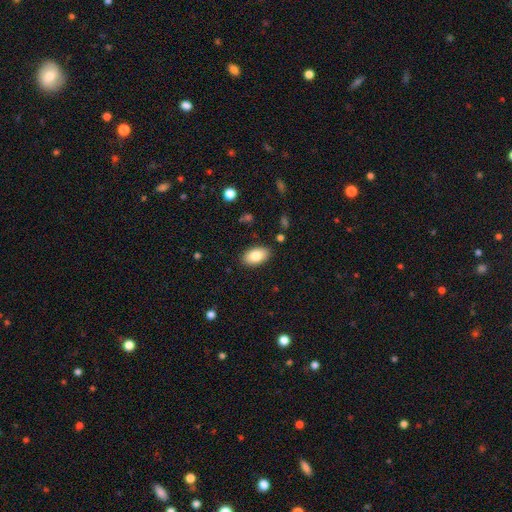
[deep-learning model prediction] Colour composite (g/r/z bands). It shows a smooth galaxy with no disk features (83%) that is in between round and cigar-shaped (94%). Merging: none (88%).